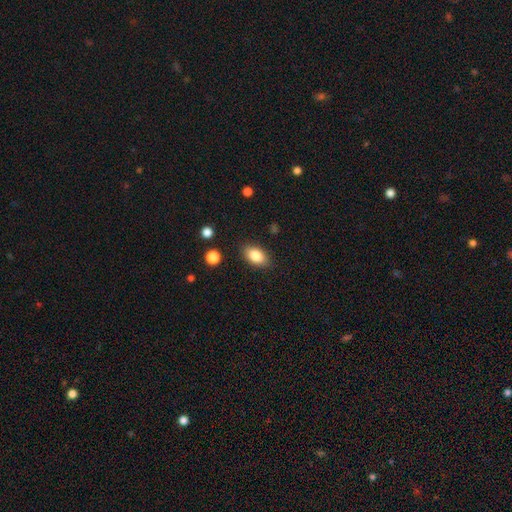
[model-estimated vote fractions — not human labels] Q: Smooth or featured?
A: smooth (84%); runner-up: featured or disk (8%)
Q: How rounded?
A: in between (89%); runner-up: round (8%)
Q: Merging?
A: none (86%); runner-up: minor disturbance (10%)